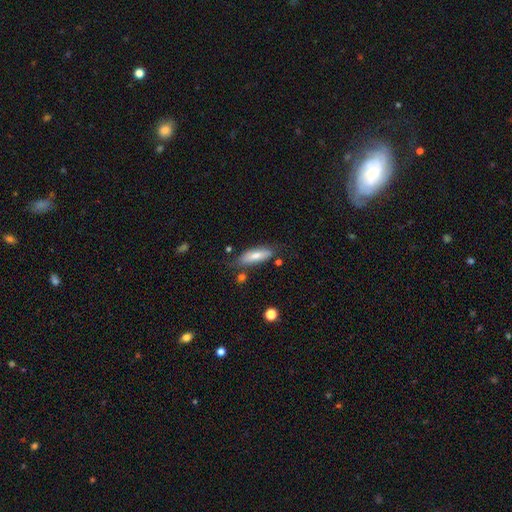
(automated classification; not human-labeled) Smooth or featured? smooth (72%)
How rounded? in between (54%)
Merging? none (70%)